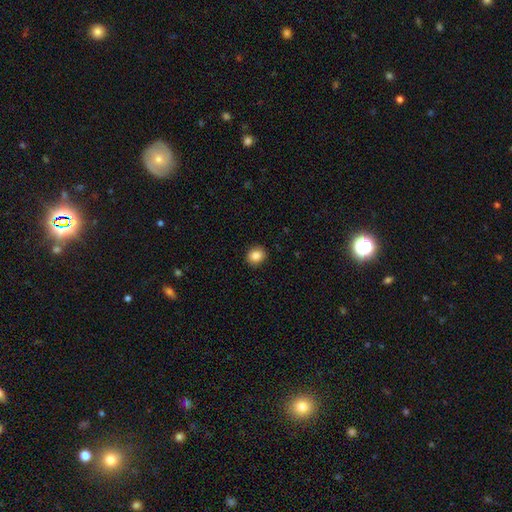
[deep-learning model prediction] A smooth galaxy with no disk features (86%) that is round (70%). Merging: none (90%).